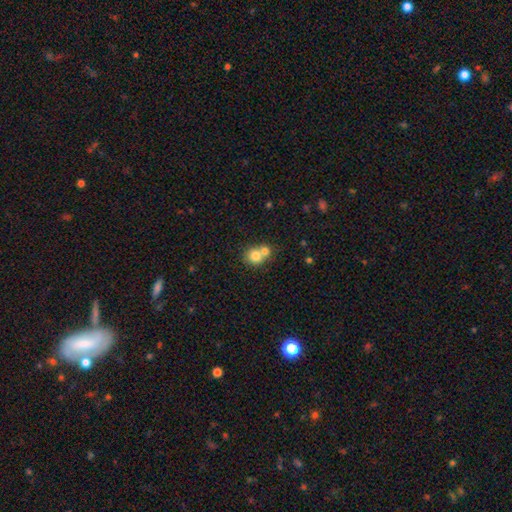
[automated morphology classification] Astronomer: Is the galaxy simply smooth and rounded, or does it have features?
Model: smooth — 76%.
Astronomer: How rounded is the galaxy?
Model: round — 80%.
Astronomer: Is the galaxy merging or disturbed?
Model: merger — 57% (runner-up: none, 35%).